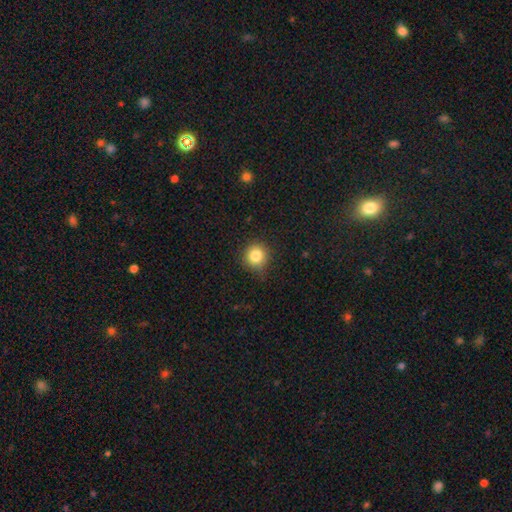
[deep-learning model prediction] The model was most divided on "merging": none: 82%, minor disturbance: 14%, major disturbance: 3%, merger: 1%. More confident: how rounded — round (92%); smooth or featured — smooth (83%).